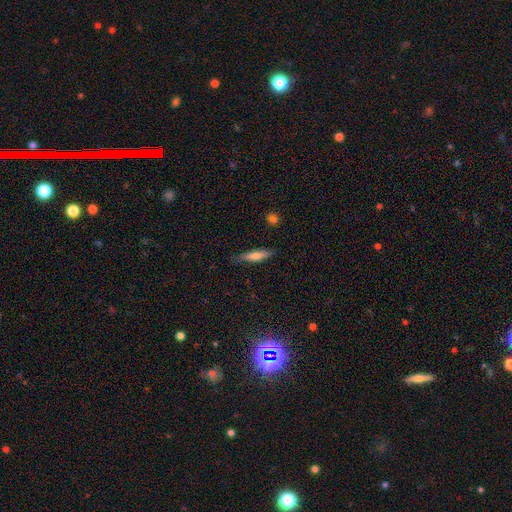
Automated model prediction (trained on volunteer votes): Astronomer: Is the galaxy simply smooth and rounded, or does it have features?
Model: smooth — 61%.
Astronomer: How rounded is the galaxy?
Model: cigar-shaped — 82%.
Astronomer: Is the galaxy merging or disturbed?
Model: none — 83%.